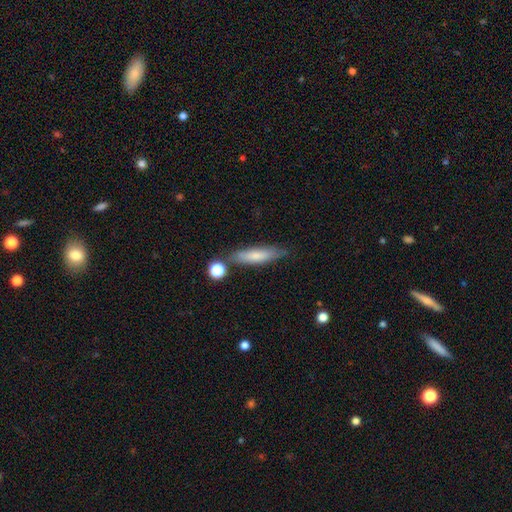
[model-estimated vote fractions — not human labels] Smooth or featured? Predicted: smooth (p=0.71). How rounded? Predicted: cigar-shaped (p=0.74). Merging? Predicted: none (p=0.72).